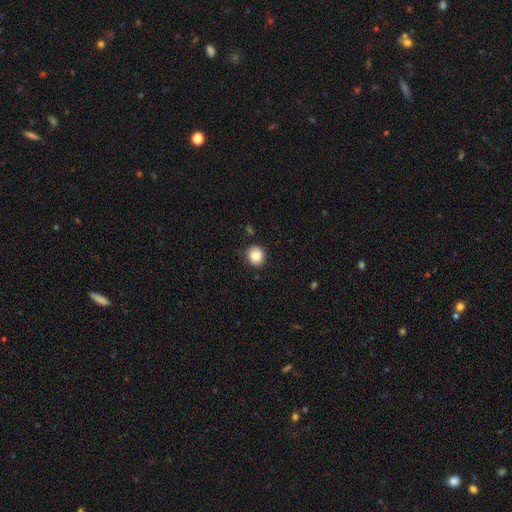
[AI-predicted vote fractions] This is clearly a smooth galaxy (85%). How rounded: likely round (75%). Merging: clearly none (84%).